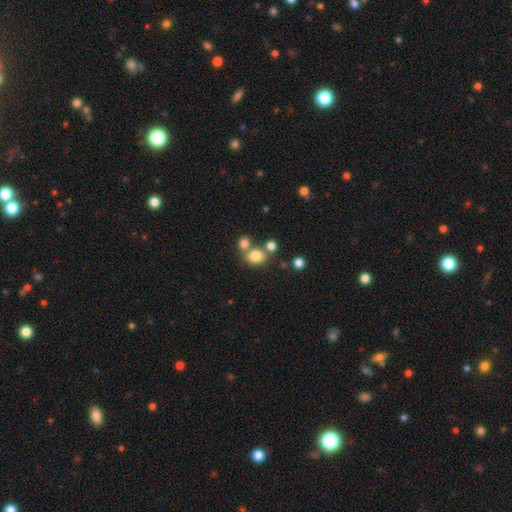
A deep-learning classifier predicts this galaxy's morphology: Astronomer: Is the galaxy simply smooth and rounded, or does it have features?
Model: smooth — 79%.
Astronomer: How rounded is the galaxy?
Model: round — 65%.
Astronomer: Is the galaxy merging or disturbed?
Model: none — 54% (runner-up: merger, 32%).